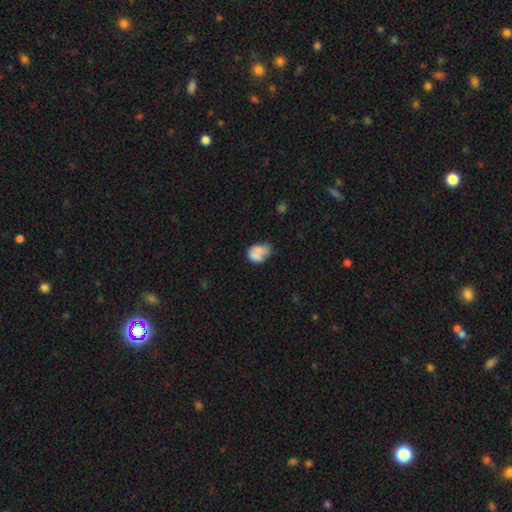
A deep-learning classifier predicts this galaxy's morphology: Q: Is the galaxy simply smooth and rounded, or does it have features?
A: smooth — 70%.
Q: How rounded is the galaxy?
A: in between — 73%.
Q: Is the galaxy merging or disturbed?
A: none — 35%.